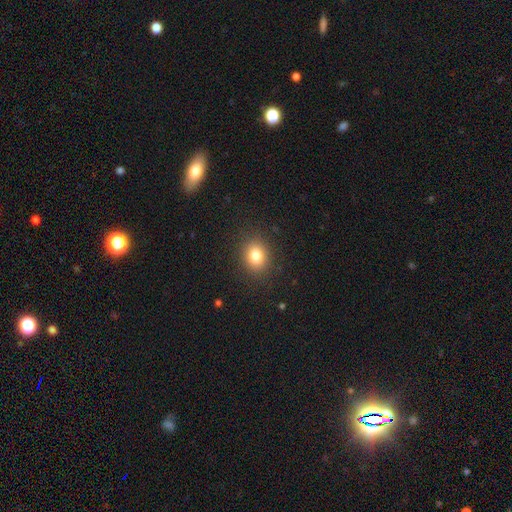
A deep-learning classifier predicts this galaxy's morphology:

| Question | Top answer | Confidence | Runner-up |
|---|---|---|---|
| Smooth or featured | smooth | 80% | star or artifact (12%) |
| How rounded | round | 62% | in between (37%) |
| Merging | none | 89% | minor disturbance (7%) |